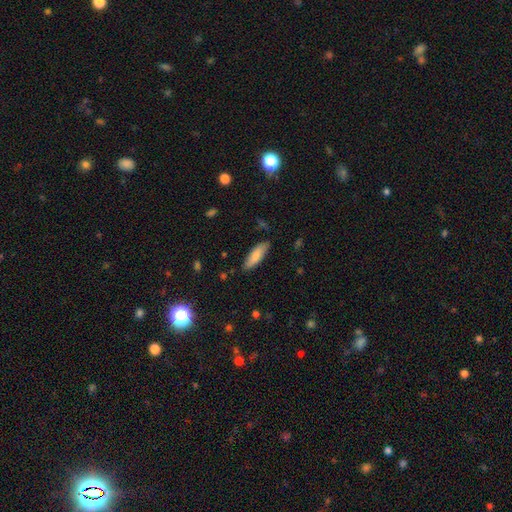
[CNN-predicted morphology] The model was most divided on "how rounded": in between: 52%, cigar-shaped: 46%, round: 2%. More confident: merging — none (84%); smooth or featured — smooth (79%).